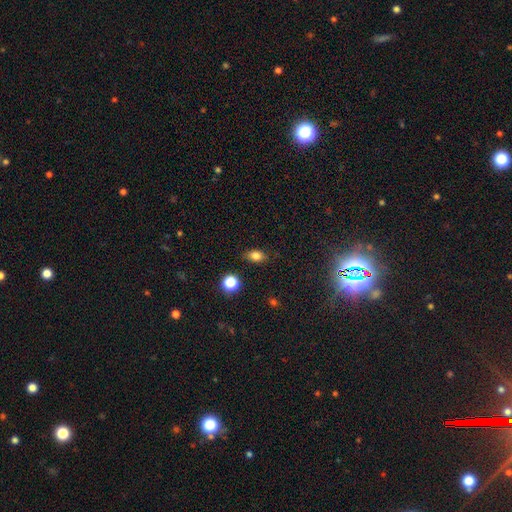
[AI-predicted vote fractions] Morphology: type=smooth (80%); roundness=in between (77%); merging=none (84%).